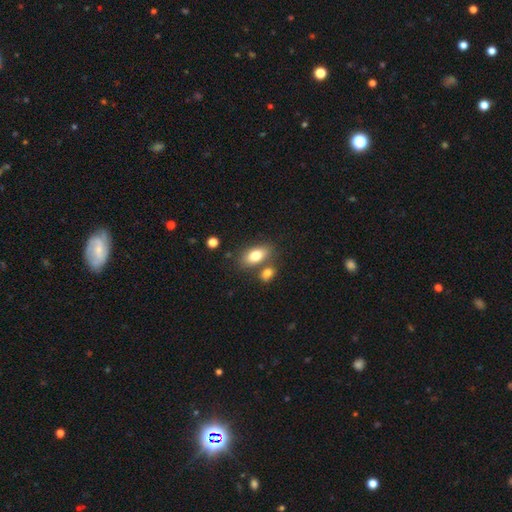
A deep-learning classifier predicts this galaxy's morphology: type=smooth (80%); roundness=in between (89%); merging=none (63%).